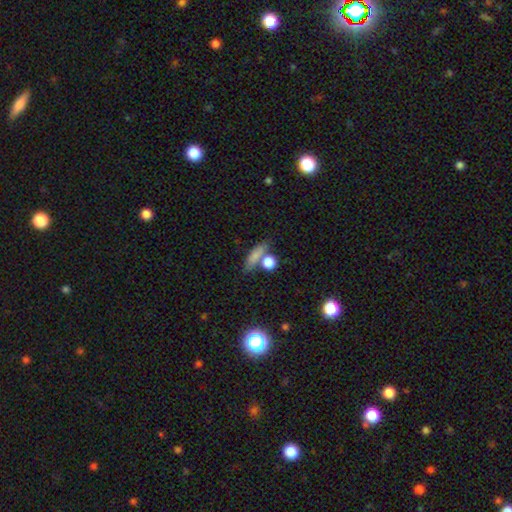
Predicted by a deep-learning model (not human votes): A smooth galaxy with no disk features (77%) that is cigar-shaped (45%). Merging: none (61%).